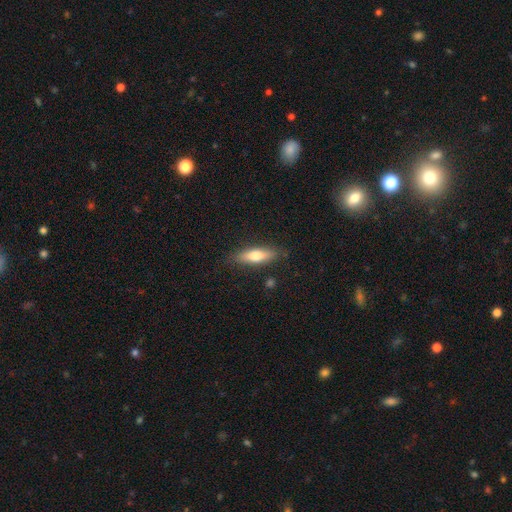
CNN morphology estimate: Smooth or featured: smooth — 67% (featured or disk — 27%)
How rounded: cigar-shaped — 56% (in between — 42%)
Merging: none — 84% (minor disturbance — 12%)